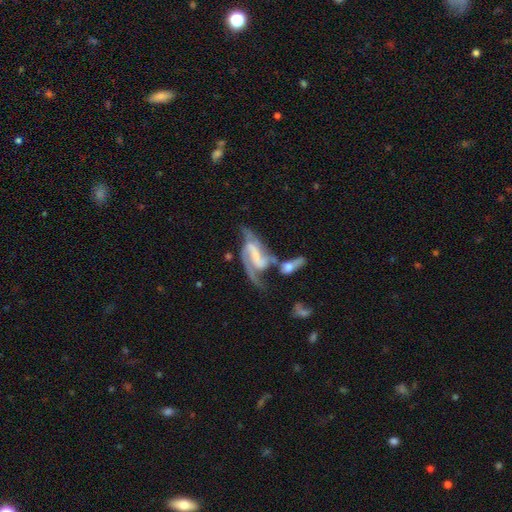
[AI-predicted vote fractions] smooth_or_featured: featured or disk (p=0.86) [alt: smooth p=0.08]
disk_edge_on: no (p=0.95) [alt: yes p=0.05]
bar: weak (p=0.40) [alt: strong p=0.38]
has_spiral_arms: yes (p=0.95) [alt: no p=0.05]
spiral_winding: medium (p=0.49) [alt: loose p=0.30]
spiral_arm_count: 2 (p=0.77) [alt: 3 p=0.07]
bulge_size: none (p=0.35) [alt: small p=0.33]
merging: none (p=0.32) [alt: merger p=0.29]